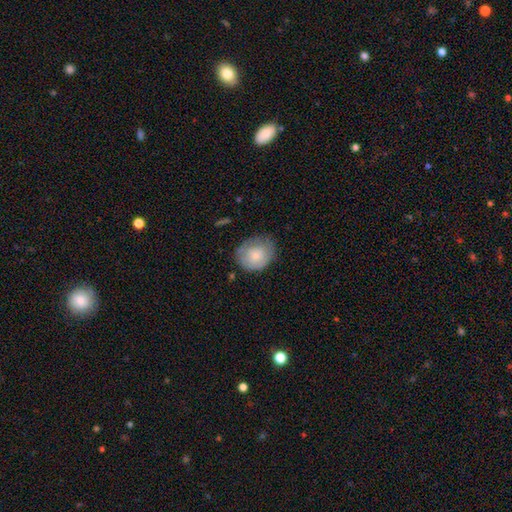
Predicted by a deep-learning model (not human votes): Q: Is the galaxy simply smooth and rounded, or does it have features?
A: smooth — 71%.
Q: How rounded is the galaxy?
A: round — 62%.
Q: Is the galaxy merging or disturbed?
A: none — 64%.